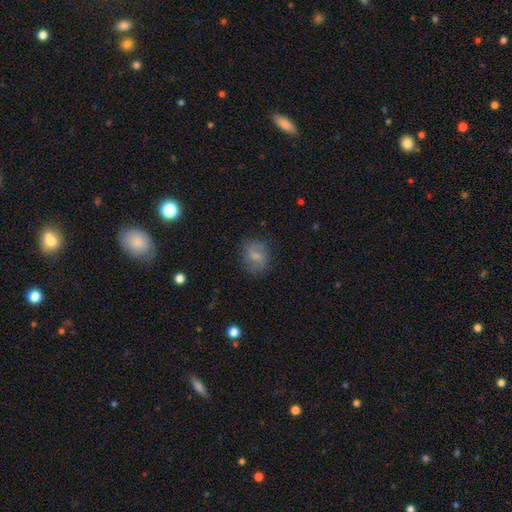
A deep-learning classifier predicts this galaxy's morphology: smooth 63%, featured or disk 27%, star or artifact 10%. Down the decision tree: how rounded — round (52%); merging — none (73%).